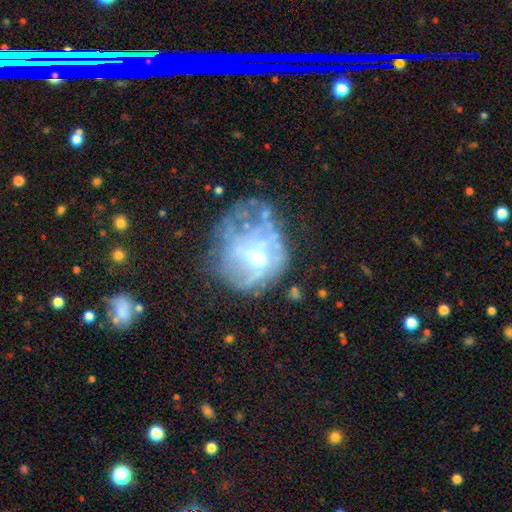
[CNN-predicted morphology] Smooth or featured? Predicted: featured or disk (p=0.65). Edge-on disk? Predicted: no (p=0.97). Bar? Predicted: no (p=0.57). Spiral arms? Predicted: no (p=0.72). Bulge size? Predicted: moderate (p=0.57). Merging? Predicted: none (p=0.36).